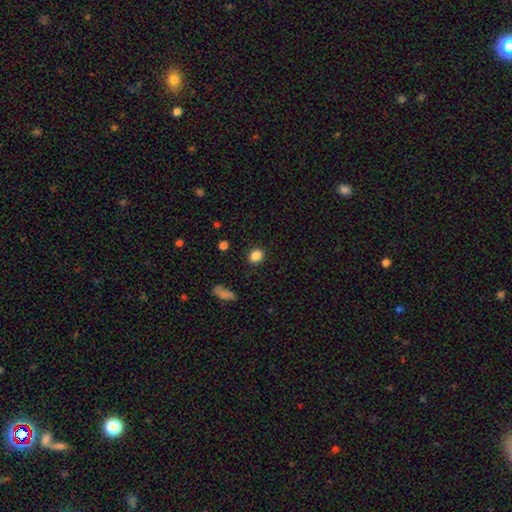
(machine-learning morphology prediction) Smooth or featured?
  - smooth: 85% *
  - star or artifact: 10%
  - featured or disk: 4%
How rounded?
  - round: 75% *
  - in between: 24%
  - cigar-shaped: 1%
Merging?
  - none: 89% *
  - minor disturbance: 7%
  - major disturbance: 2%
  - merger: 1%